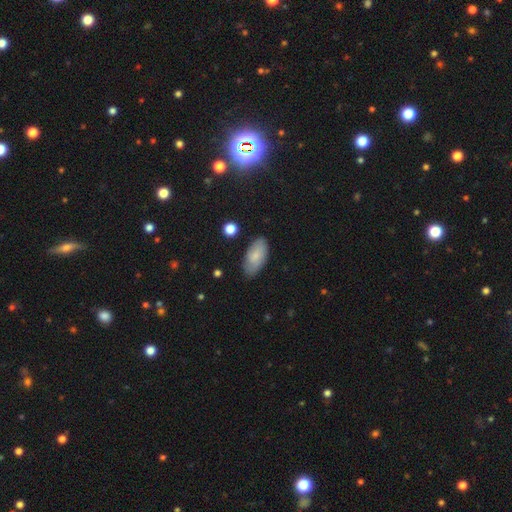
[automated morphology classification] This is likely a smooth galaxy (74%). How rounded: clearly in between (92%). Merging: likely none (78%).